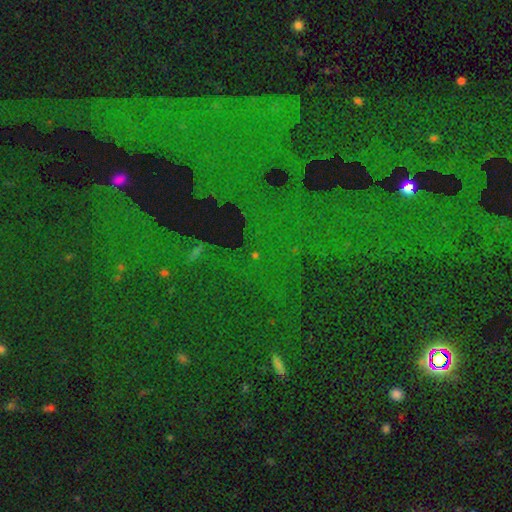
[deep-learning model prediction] The model was most divided on "smooth or featured": star or artifact: 75%, smooth: 15%, featured or disk: 9%.